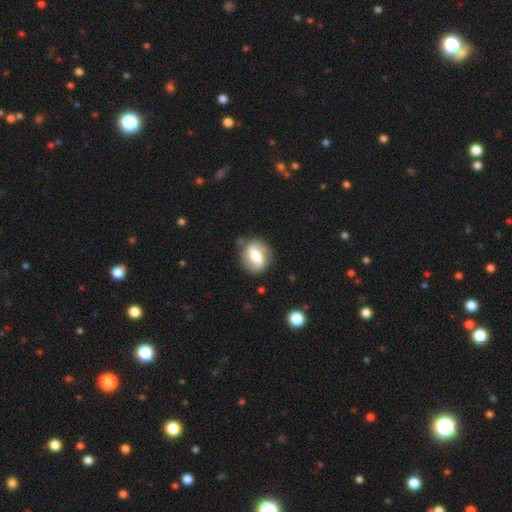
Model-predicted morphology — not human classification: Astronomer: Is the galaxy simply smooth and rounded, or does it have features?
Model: featured or disk — 58% (runner-up: smooth, 36%).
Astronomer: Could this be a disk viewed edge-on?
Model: no — 90%.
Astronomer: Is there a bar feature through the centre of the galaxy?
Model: strong — 52% (runner-up: weak, 30%).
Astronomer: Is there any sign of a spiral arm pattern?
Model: yes — 58% (runner-up: no, 42%).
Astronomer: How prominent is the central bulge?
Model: moderate — 62%.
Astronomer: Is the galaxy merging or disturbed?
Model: none — 77%.